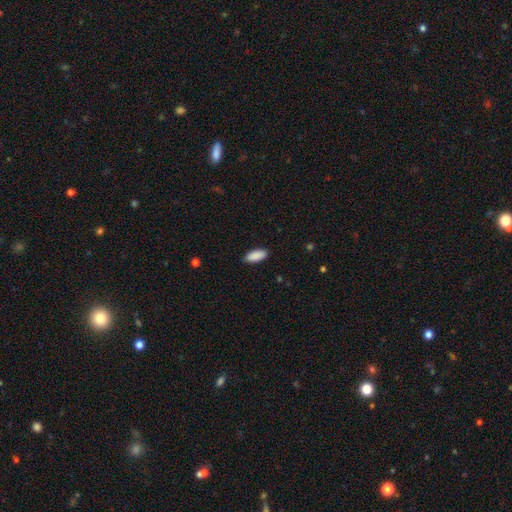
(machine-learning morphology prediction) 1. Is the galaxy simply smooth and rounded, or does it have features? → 90% smooth, 6% star or artifact, 4% featured or disk.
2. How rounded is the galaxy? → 79% in between, 19% cigar-shaped, 2% round.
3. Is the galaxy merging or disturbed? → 89% none, 8% minor disturbance, 2% major disturbance, 1% merger.